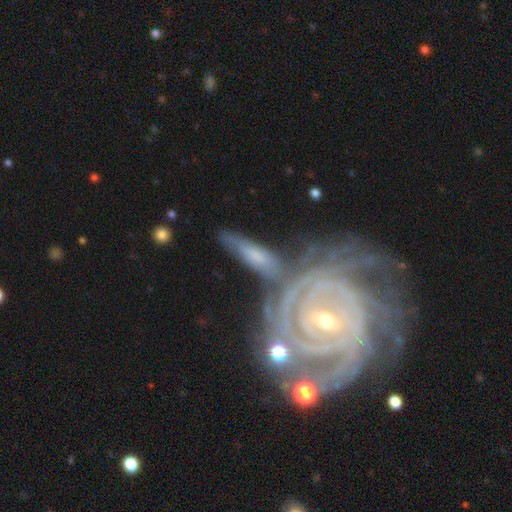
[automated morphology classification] smooth_or_featured: featured or disk (p=0.63) [alt: smooth p=0.30]
disk_edge_on: no (p=0.77) [alt: yes p=0.23]
merging: none (p=0.48) [alt: merger p=0.27]